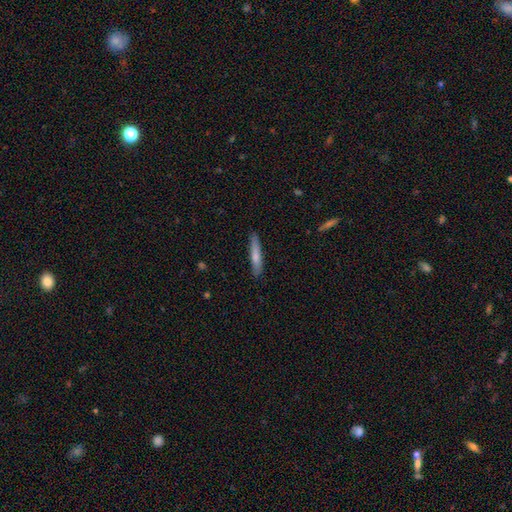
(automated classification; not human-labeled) A smooth galaxy with no disk features (69%) that is cigar-shaped (92%).

Vote fractions:
- Smooth or featured? smooth: 69% / featured or disk: 25% / star or artifact: 6%
- How rounded? cigar-shaped: 92% / in between: 7% / round: 1%
- Merging? none: 87% / minor disturbance: 10% / major disturbance: 2% / merger: 1%